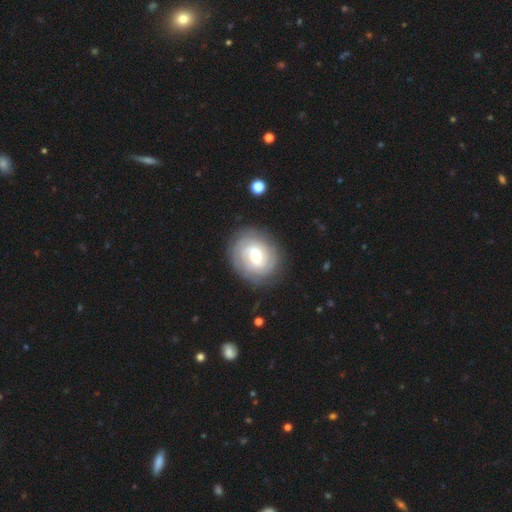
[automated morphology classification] Q: Smooth or featured?
A: featured or disk (82%); runner-up: smooth (13%)
Q: Edge-on disk?
A: no (98%); runner-up: yes (2%)
Q: Bar?
A: weak (53%); runner-up: no (25%)
Q: Spiral arms?
A: yes (95%); runner-up: no (5%)
Q: Spiral winding?
A: tight (76%); runner-up: medium (19%)
Q: Spiral arm count?
A: 2 (38%); runner-up: can't tell (27%)
Q: Bulge size?
A: moderate (60%); runner-up: small (26%)
Q: Merging?
A: none (83%); runner-up: minor disturbance (11%)